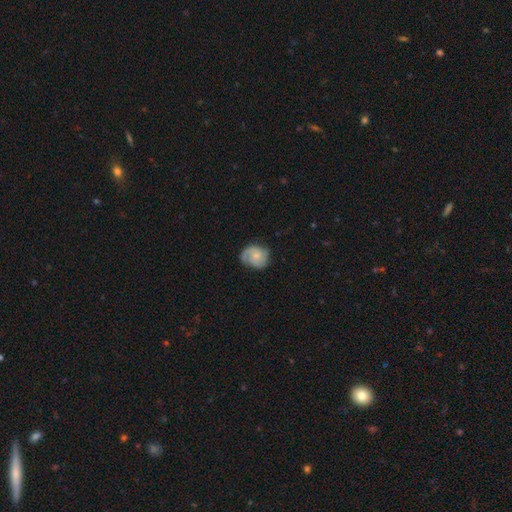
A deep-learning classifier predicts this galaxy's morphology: Overall: featured or disk (64%; smooth 29%). Edge-on disk: no (98%). Bar: no (73%). Spiral arms: yes (92%). Spiral arm count: 2 (56%; 1 16%). Spiral winding: tight (47%; medium 38%). Bulge size: small (53%; moderate 34%). Merging: none (66%).